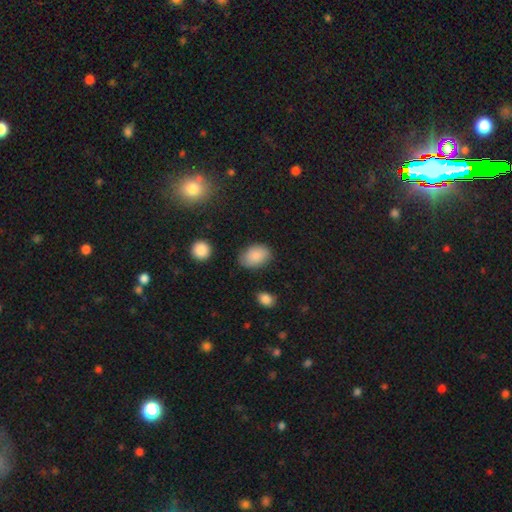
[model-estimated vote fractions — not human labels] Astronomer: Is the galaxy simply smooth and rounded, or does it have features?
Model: smooth — 87%.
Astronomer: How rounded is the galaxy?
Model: in between — 85%.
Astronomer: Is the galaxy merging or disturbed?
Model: none — 77%.